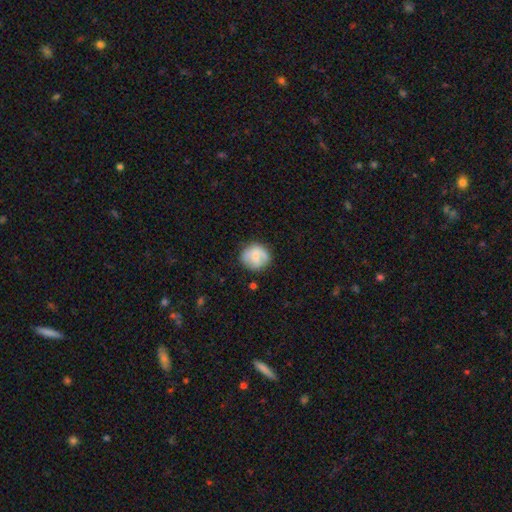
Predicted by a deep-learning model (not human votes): Overall: smooth (63%; featured or disk 29%). How rounded: round (85%). Merging: none (71%).